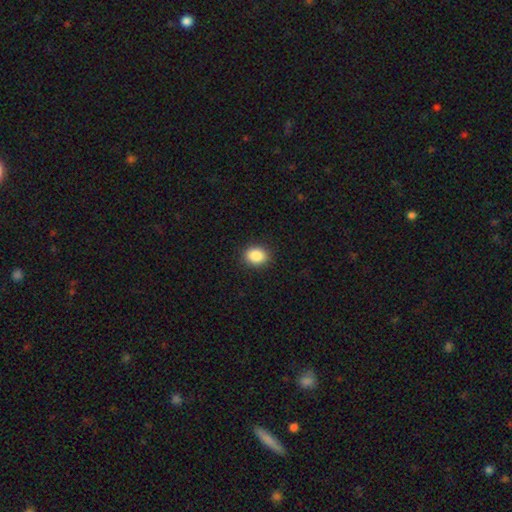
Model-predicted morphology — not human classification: Smooth or featured? Predicted: smooth (p=0.88). How rounded? Predicted: in between (p=0.52). Merging? Predicted: none (p=0.90).